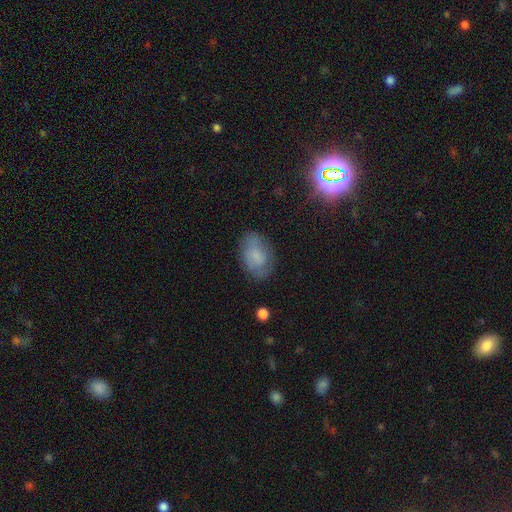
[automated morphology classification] This appears to be a smooth galaxy with no disk features (69%) that is in between round and cigar-shaped (87%). Merging: none (70%).